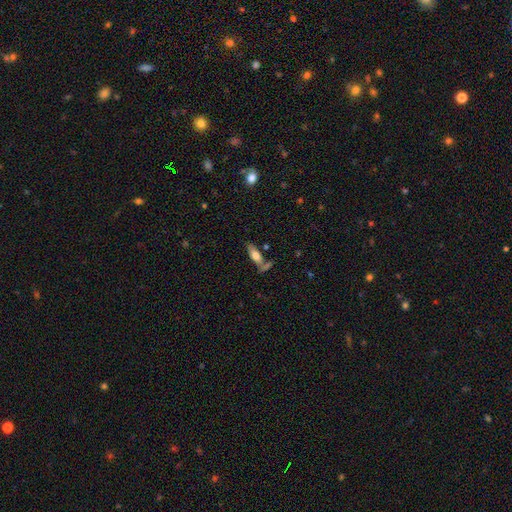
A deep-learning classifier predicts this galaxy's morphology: Smooth or featured: smooth — 63% (featured or disk — 29%)
How rounded: in between — 57% (cigar-shaped — 40%)
Merging: none — 60% (merger — 18%)